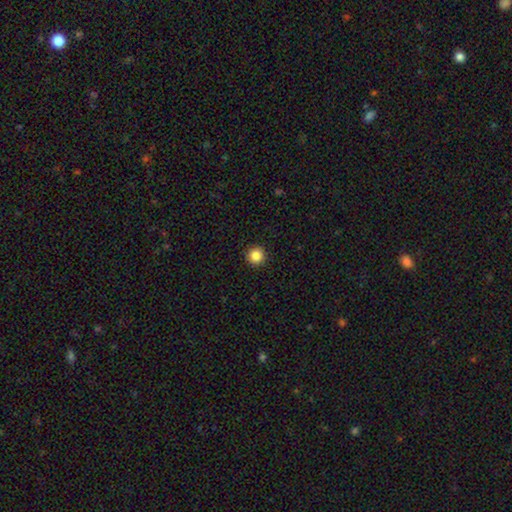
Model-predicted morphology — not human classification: A smooth galaxy with no disk features (85%) that is round (96%). Merging: none (93%).